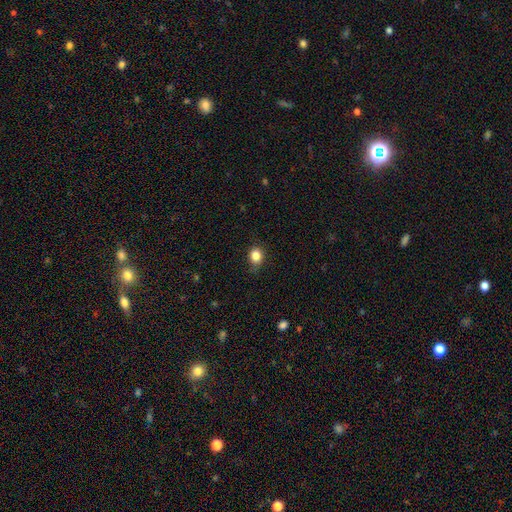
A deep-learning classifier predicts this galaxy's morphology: smooth_or_featured: smooth (p=0.84) [alt: star or artifact p=0.10]
how_rounded: round (p=0.57) [alt: in between p=0.41]
merging: none (p=0.75) [alt: minor disturbance p=0.20]